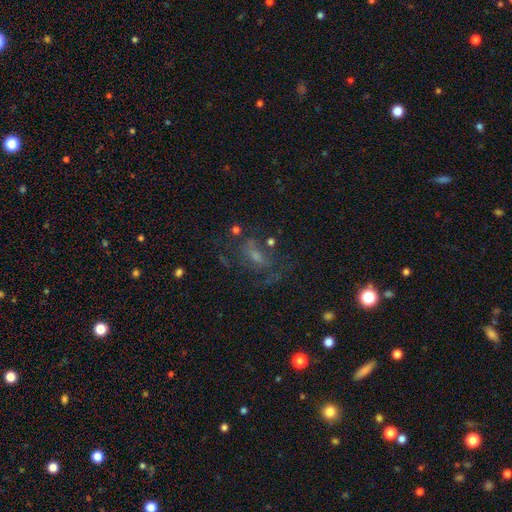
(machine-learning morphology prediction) Overall: featured or disk (51%; smooth 25%). Edge-on disk: no (93%). Merging: none (51%; major disturbance 26%).